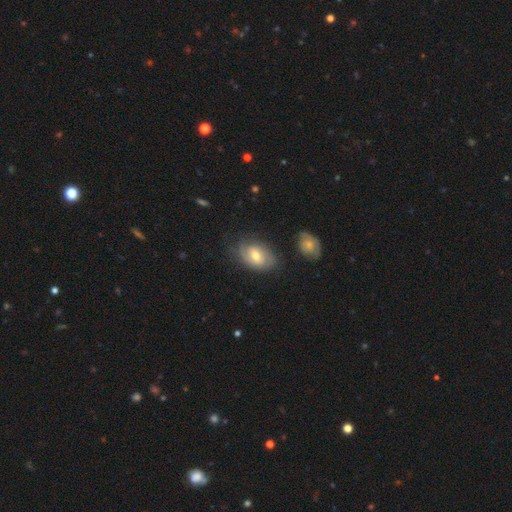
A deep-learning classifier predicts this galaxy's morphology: A featured or disk galaxy (51%).

Vote fractions:
- Smooth or featured? featured or disk: 51% / smooth: 42% / star or artifact: 7%
- Edge-on disk? no: 94% / yes: 6%
- Merging? none: 68% / minor disturbance: 22% / major disturbance: 7% / merger: 3%